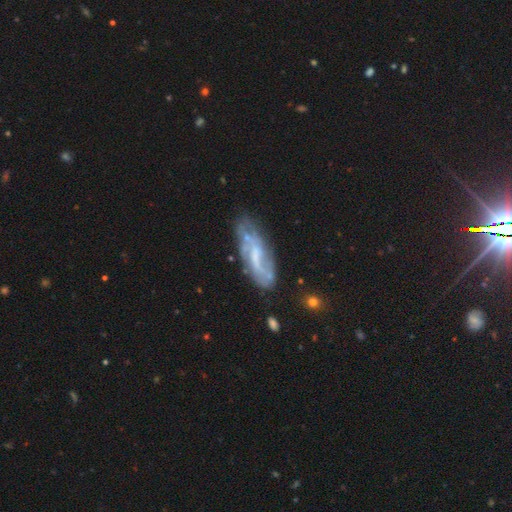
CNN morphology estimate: A featured or disk galaxy (70%) with a weak bar (46%), spiral arms (77%) and a small central bulge (35%). Merging: none (65%).